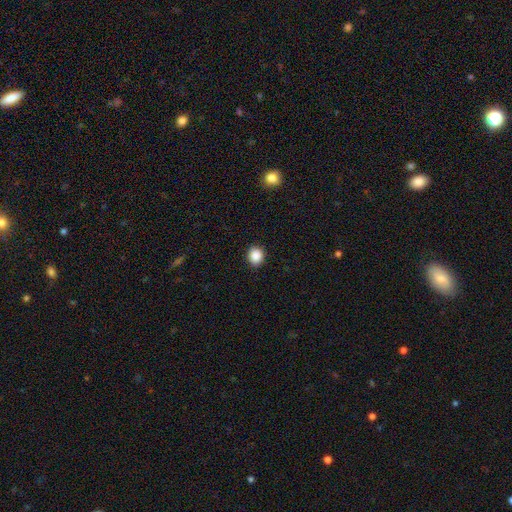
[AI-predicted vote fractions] This appears to be a smooth galaxy with no disk features (88%) that is round (73%). Merging: none (91%).